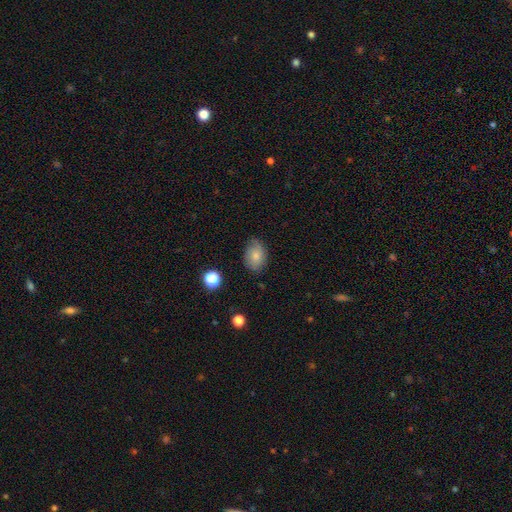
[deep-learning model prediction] A smooth galaxy with no disk features (74%) that is in between round and cigar-shaped (73%). Merging: none (71%).